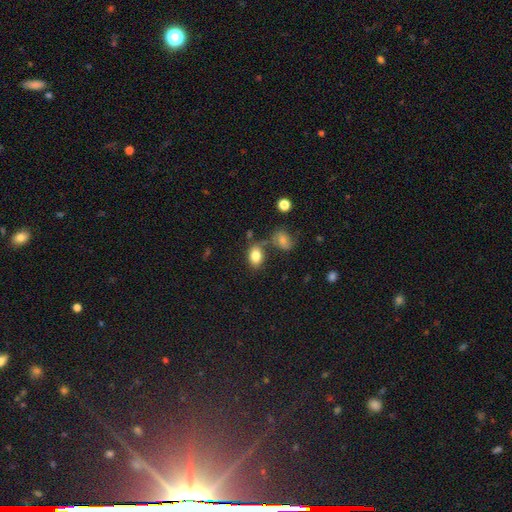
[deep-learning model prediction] Overall: smooth (82%). How rounded: in between (80%). Merging: none (66%).